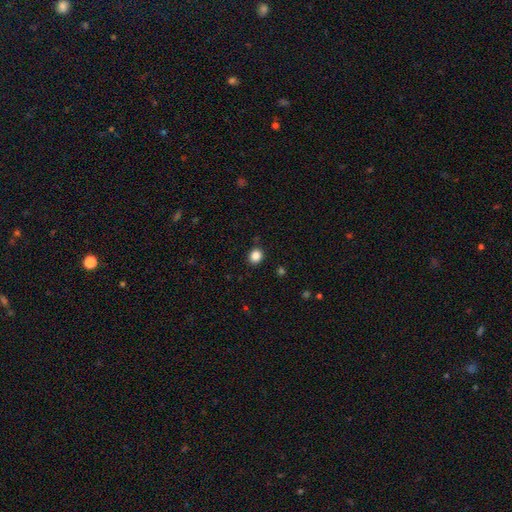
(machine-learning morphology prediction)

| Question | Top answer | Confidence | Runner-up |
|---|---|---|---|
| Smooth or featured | smooth | 86% | star or artifact (11%) |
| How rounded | round | 75% | in between (24%) |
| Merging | none | 88% | minor disturbance (8%) |